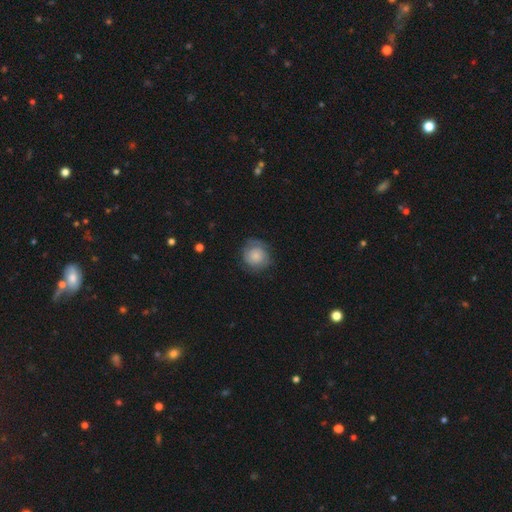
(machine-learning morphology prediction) smooth_or_featured: smooth (p=0.64) [alt: featured or disk p=0.28]
how_rounded: round (p=0.87) [alt: in between p=0.12]
merging: none (p=0.71) [alt: minor disturbance p=0.20]